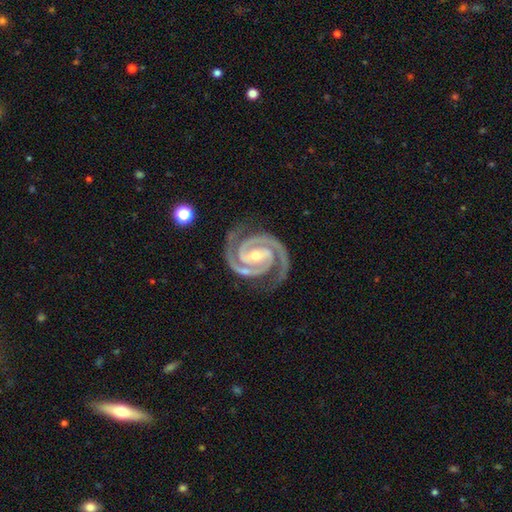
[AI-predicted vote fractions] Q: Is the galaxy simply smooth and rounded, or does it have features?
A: featured or disk — 95%.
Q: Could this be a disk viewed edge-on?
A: no — 98%.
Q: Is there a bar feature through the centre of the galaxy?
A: strong — 45%.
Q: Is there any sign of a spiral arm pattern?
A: yes — 99%.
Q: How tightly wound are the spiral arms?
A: tight — 71%.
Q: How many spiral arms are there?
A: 2 — 92%.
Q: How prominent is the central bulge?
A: small — 53%.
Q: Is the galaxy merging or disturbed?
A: none — 83%.